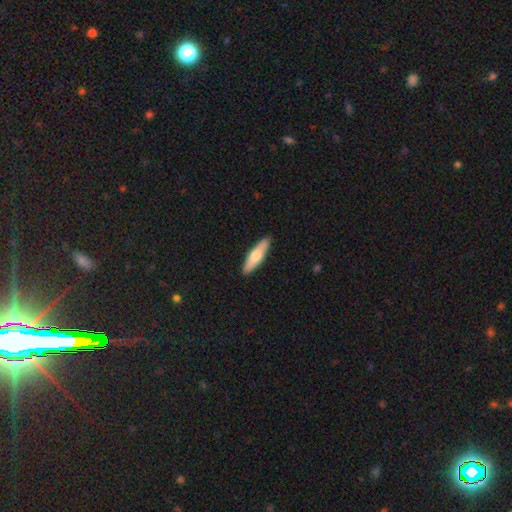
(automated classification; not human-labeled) Morphology: type=smooth (66%); roundness=cigar-shaped (66%); merging=none (90%).